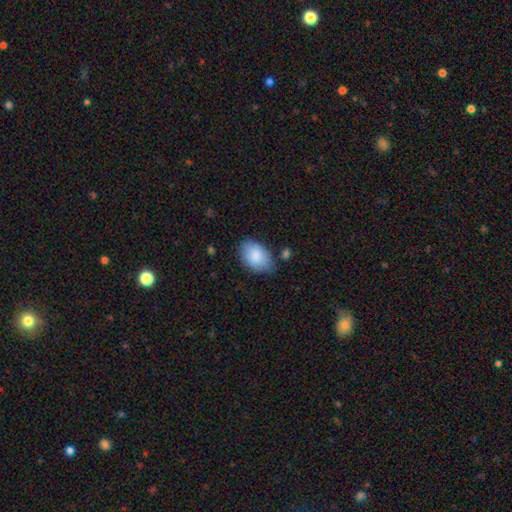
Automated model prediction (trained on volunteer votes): Q: Smooth or featured?
A: smooth (86%); runner-up: featured or disk (8%)
Q: How rounded?
A: in between (90%); runner-up: round (9%)
Q: Merging?
A: none (72%); runner-up: minor disturbance (20%)